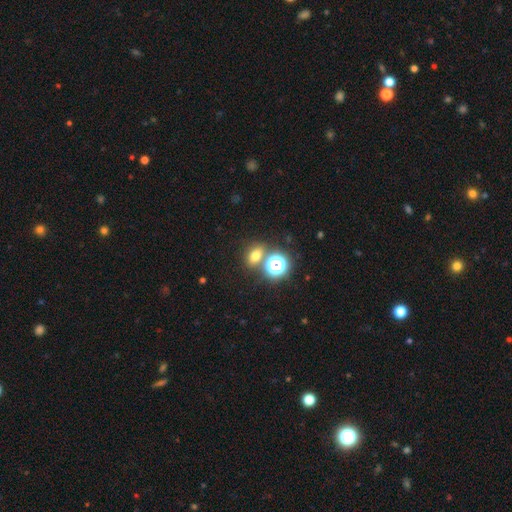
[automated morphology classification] Overall: smooth (65%). How rounded: in between (55%; round 43%). Merging: none (69%).